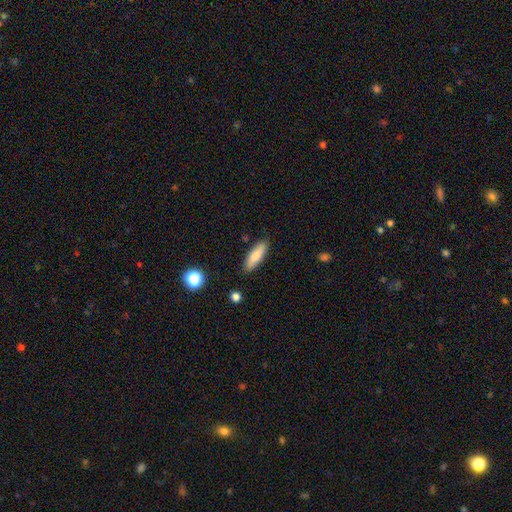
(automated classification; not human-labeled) smooth_or_featured: smooth (p=0.76) [alt: featured or disk p=0.17]
how_rounded: cigar-shaped (p=0.49) [tied with: in between p=0.49]
merging: none (p=0.85) [alt: minor disturbance p=0.11]